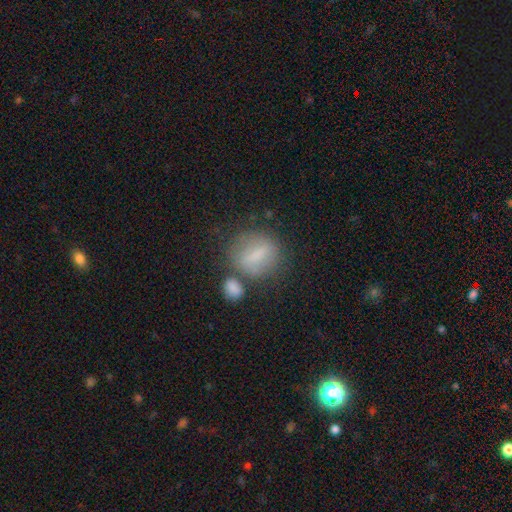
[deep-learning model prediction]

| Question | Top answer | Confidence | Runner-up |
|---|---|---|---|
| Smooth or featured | smooth | 66% | featured or disk (24%) |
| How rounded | round | 52% | in between (43%) |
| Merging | none | 53% | merger (22%) |